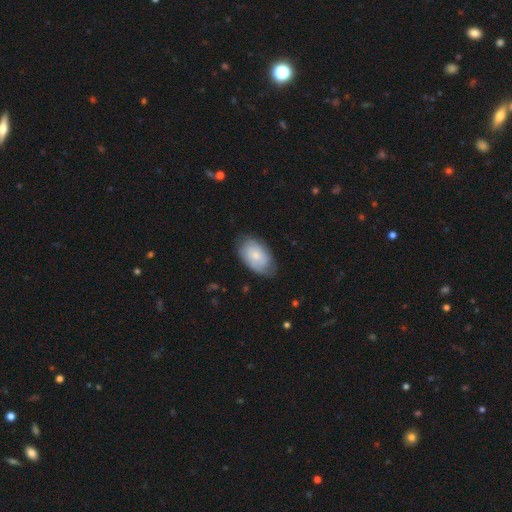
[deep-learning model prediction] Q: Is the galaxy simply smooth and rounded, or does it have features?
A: smooth — 61%.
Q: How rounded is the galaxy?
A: in between — 93%.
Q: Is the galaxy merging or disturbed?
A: none — 71%.